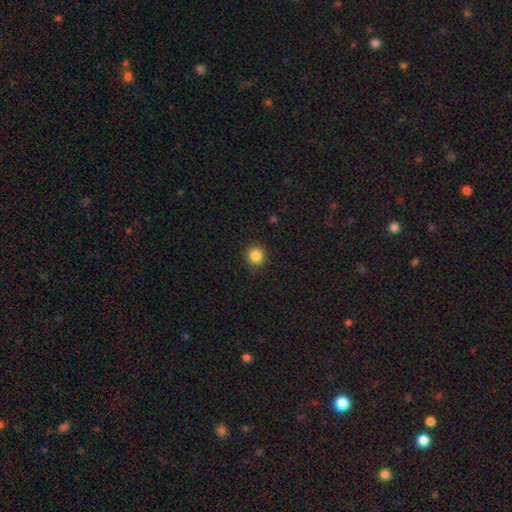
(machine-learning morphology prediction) smooth-or-featured: smooth: 85% | star or artifact: 11% | featured or disk: 4%
  how-rounded: round: 92% | in between: 7% | cigar-shaped: 1%
  merging: none: 90% | minor disturbance: 7% | major disturbance: 2% | merger: 1%